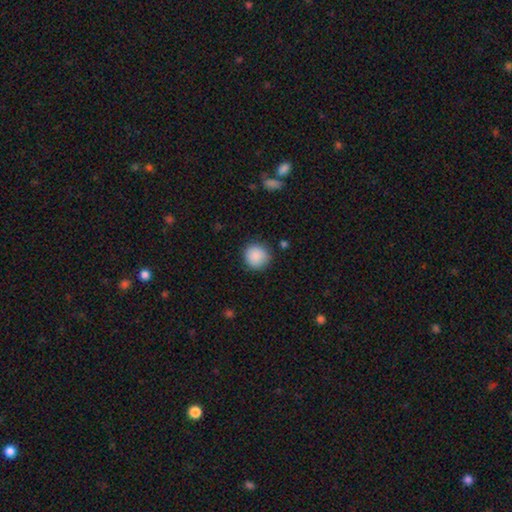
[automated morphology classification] A smooth galaxy with no disk features (89%) that is round (92%).

Vote fractions:
- Smooth or featured? smooth: 89% / star or artifact: 8% / featured or disk: 3%
- How rounded? round: 92% / in between: 7% / cigar-shaped: 1%
- Merging? none: 87% / minor disturbance: 9% / major disturbance: 3% / merger: 1%